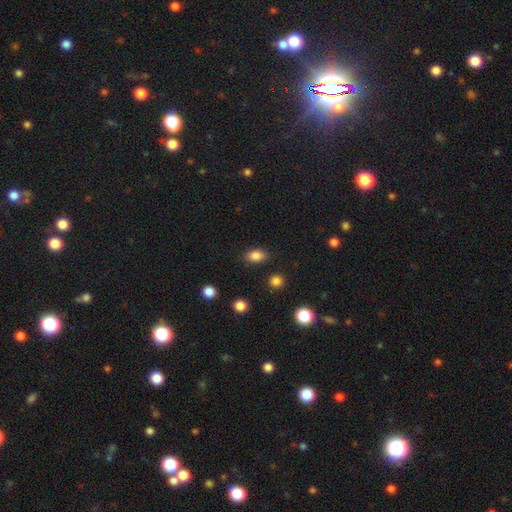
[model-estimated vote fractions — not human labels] Q: Smooth or featured?
A: smooth (85%); runner-up: star or artifact (10%)
Q: How rounded?
A: in between (83%); runner-up: round (15%)
Q: Merging?
A: none (84%); runner-up: minor disturbance (11%)